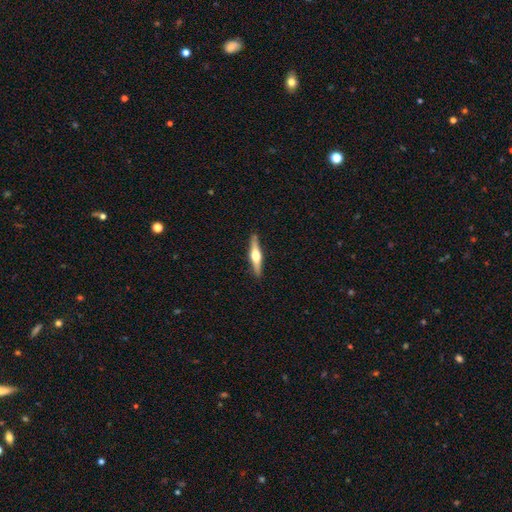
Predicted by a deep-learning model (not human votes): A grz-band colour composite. It shows a featured or disk galaxy (67%) viewed edge-on (97%) with a rounded central bulge (94%). Merging: none (90%).